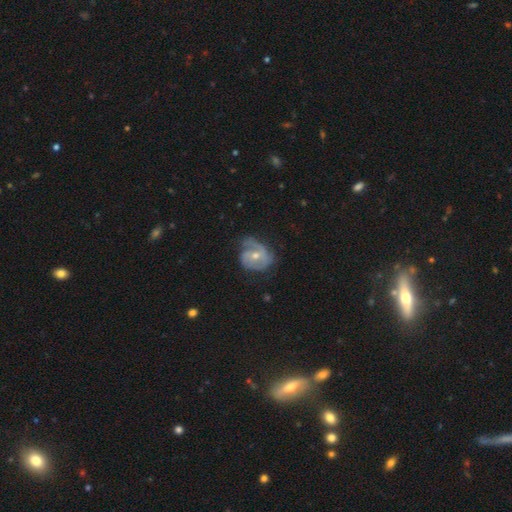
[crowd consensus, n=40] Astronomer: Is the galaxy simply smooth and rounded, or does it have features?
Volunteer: featured or disk — 78%.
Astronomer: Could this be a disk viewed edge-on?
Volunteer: no — 94%.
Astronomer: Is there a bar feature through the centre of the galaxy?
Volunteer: no — 97%.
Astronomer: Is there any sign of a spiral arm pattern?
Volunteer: yes — 97%.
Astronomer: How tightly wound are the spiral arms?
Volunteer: medium — 50% (runner-up: tight, 43%).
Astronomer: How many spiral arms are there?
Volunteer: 1 — 46% (runner-up: 2, 29%).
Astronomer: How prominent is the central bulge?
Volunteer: moderate — 55% (runner-up: small, 45%).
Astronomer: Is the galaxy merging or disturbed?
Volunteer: none — 35% (runner-up: major disturbance, 32%).